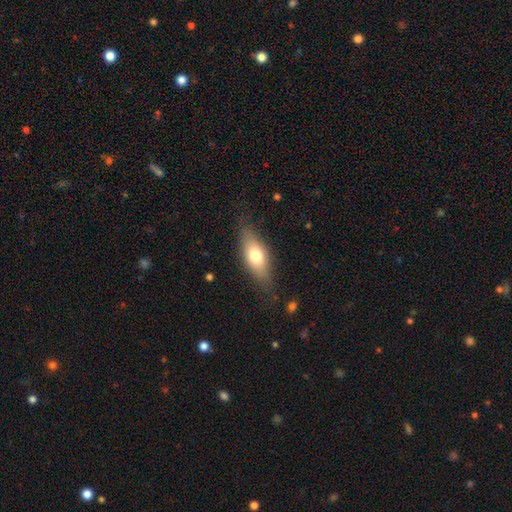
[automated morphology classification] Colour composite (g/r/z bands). It shows a smooth galaxy with no disk features (68%) that is in between round and cigar-shaped (75%). Merging: none (78%).